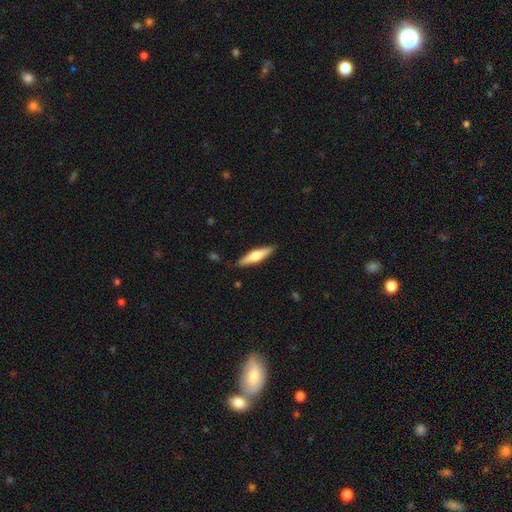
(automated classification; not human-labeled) A featured or disk galaxy (50%). Merging: none (89%).